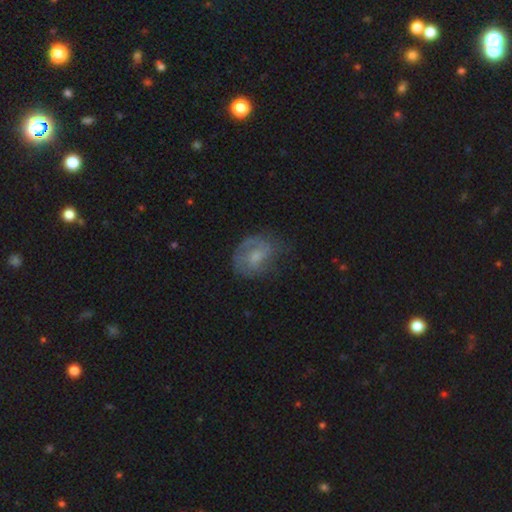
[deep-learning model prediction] A featured or disk galaxy (56%) with no bar (51%), spiral arms (75%) and a small central bulge (40%). Merging: none (54%).